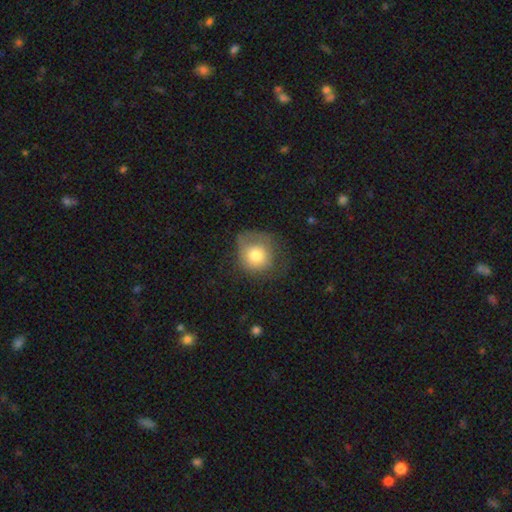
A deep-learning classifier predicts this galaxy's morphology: Q: Smooth or featured?
A: smooth (73%); runner-up: featured or disk (19%)
Q: How rounded?
A: round (82%); runner-up: in between (17%)
Q: Merging?
A: none (46%); runner-up: minor disturbance (28%)